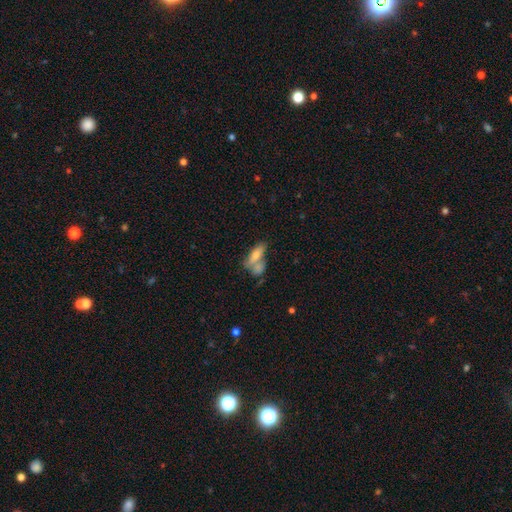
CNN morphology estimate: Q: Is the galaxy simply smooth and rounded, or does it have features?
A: smooth — 66%.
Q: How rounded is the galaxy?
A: in between — 65%.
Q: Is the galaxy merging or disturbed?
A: merger — 45%.